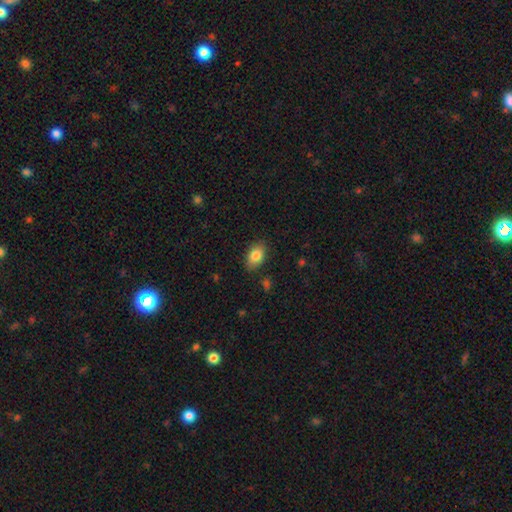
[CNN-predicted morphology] smooth-or-featured: smooth: 83% | featured or disk: 9% | star or artifact: 8%
  how-rounded: in between: 86% | round: 12% | cigar-shaped: 2%
  merging: none: 84% | minor disturbance: 12% | major disturbance: 3% | merger: 1%